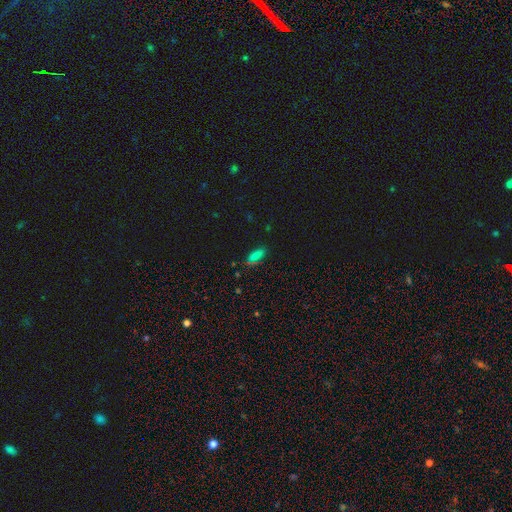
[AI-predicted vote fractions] smooth_or_featured: smooth (p=0.70) [alt: star or artifact p=0.21]
how_rounded: in between (p=0.72) [alt: cigar-shaped p=0.24]
merging: none (p=0.70) [alt: minor disturbance p=0.20]